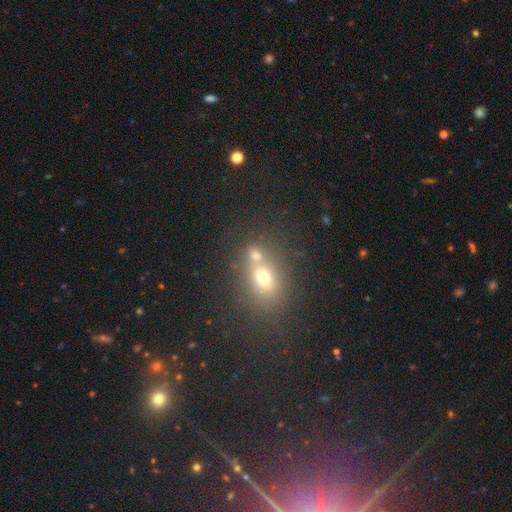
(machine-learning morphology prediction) The model was most divided on "merging" (2-way tie): none: 43%, merger: 43%, minor disturbance: 9%, major disturbance: 5%. More confident: smooth or featured — smooth (63%); how rounded — in between (50%).